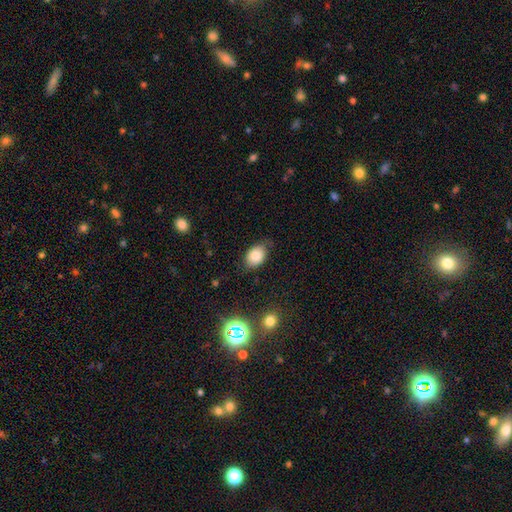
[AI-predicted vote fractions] This is clearly a smooth galaxy (82%). How rounded: likely in between (78%). Merging: likely none (71%).